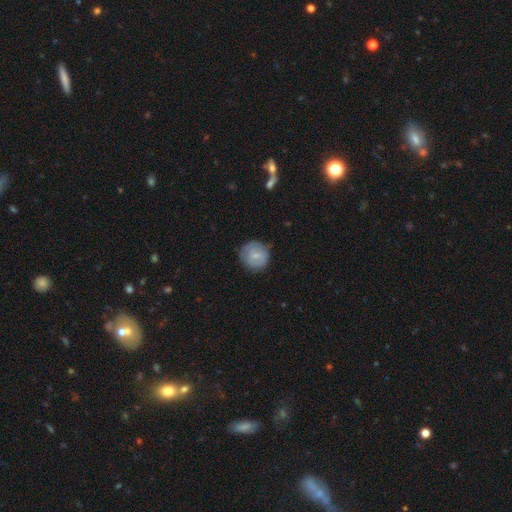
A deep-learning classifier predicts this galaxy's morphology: type=smooth (61%); roundness=round (88%); merging=none (75%).